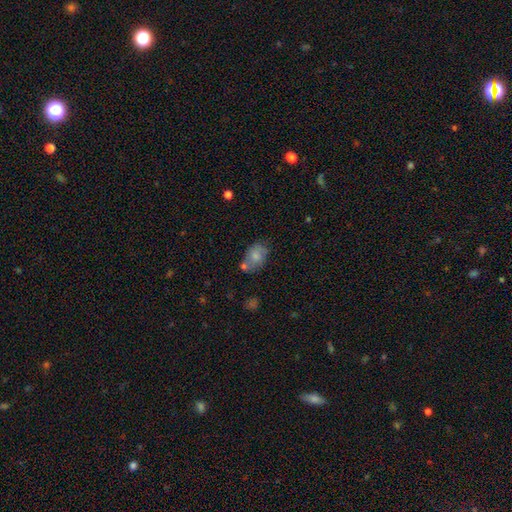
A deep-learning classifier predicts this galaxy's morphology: This is likely a smooth galaxy (75%). How rounded: clearly in between (83%). Merging: possibly none (53%).